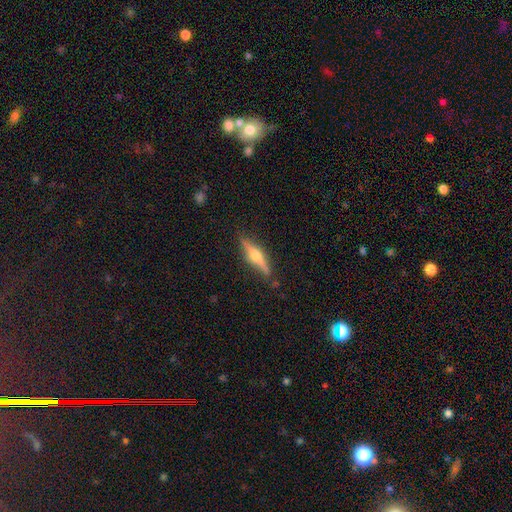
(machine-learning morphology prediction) A featured or disk galaxy (71%) viewed edge-on (96%) with a rounded central bulge (94%).

Vote fractions:
- Smooth or featured? featured or disk: 71% / smooth: 23% / star or artifact: 6%
- Edge-on disk? yes: 96% / no: 4%
- Edge-on bulge? rounded: 94% / boxy: 3% / none: 3%
- Merging? none: 84% / minor disturbance: 12% / major disturbance: 2% / merger: 2%